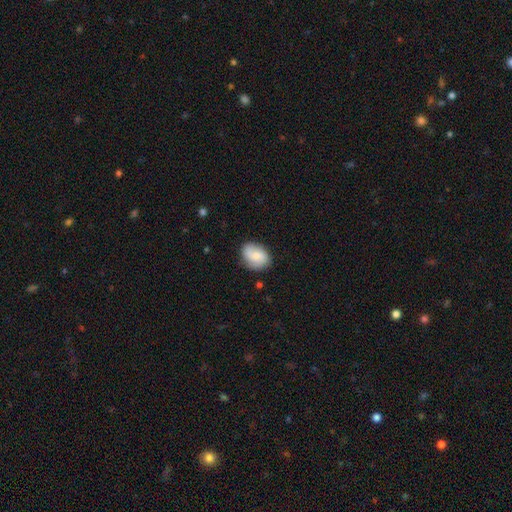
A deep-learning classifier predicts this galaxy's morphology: smooth_or_featured: smooth (p=0.60) [alt: featured or disk p=0.33]
how_rounded: in between (p=0.66) [alt: round p=0.33]
merging: none (p=0.76) [alt: minor disturbance p=0.18]